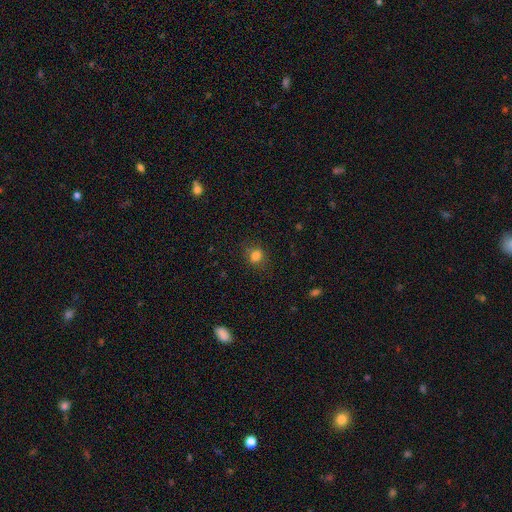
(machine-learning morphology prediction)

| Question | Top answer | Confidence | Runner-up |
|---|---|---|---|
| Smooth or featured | smooth | 81% | star or artifact (13%) |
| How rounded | round | 65% | in between (34%) |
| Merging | none | 80% | minor disturbance (14%) |